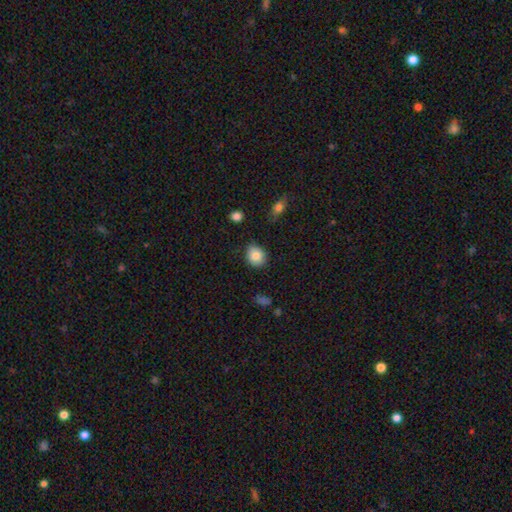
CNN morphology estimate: Smooth or featured? Predicted: smooth (p=0.83). How rounded? Predicted: round (p=0.63). Merging? Predicted: none (p=0.83).